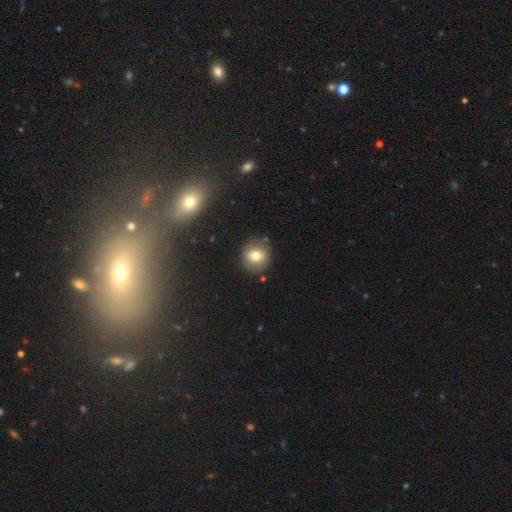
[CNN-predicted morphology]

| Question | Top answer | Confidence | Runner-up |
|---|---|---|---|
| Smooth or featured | smooth | 70% | featured or disk (19%) |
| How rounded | round | 84% | in between (15%) |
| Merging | none | 84% | minor disturbance (11%) |